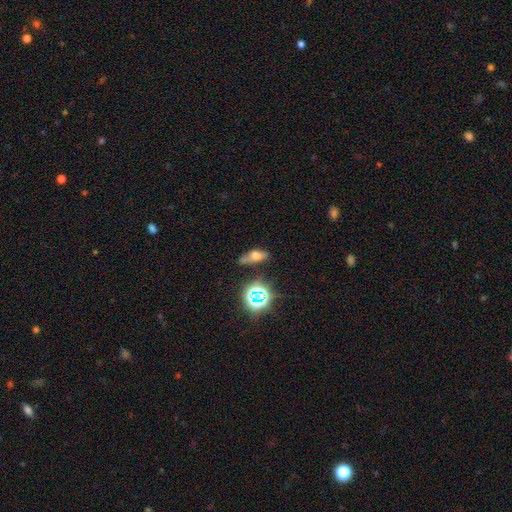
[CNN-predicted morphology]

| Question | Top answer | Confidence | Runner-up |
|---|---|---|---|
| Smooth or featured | smooth | 54% | featured or disk (24%) |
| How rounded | in between | 68% | cigar-shaped (22%) |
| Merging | none | 47% | minor disturbance (27%) |